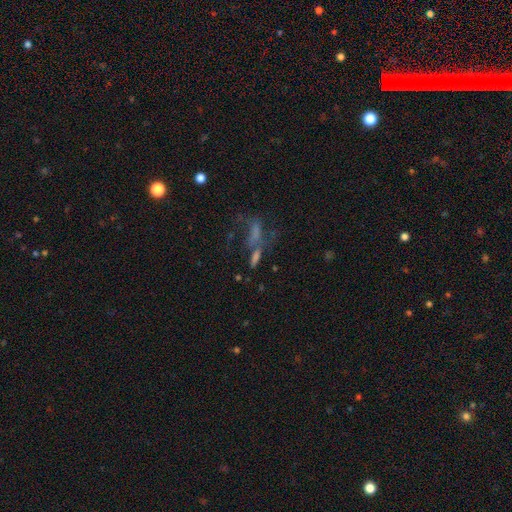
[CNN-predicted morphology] This is marginally a featured or disk galaxy (35%, tied with smooth). Merging: marginally none (33%).